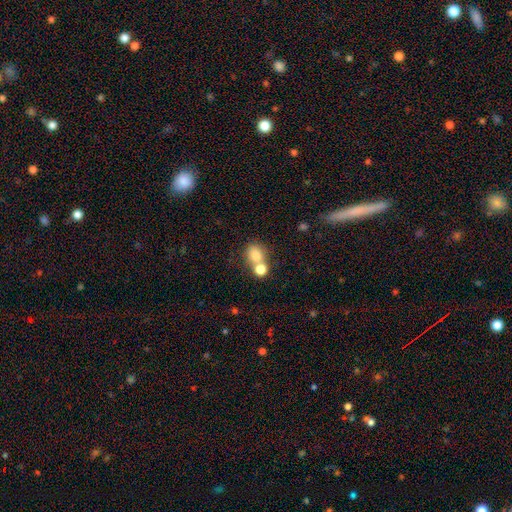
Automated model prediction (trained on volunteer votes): Smooth or featured? smooth (78%)
How rounded? round (58%)
Merging? merger (48%)